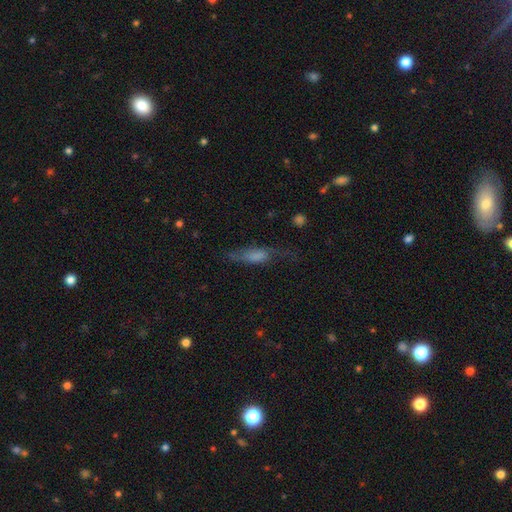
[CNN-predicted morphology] Smooth or featured? smooth (55%)
How rounded? in between (48%, tied with cigar-shaped)
Merging? none (46%)